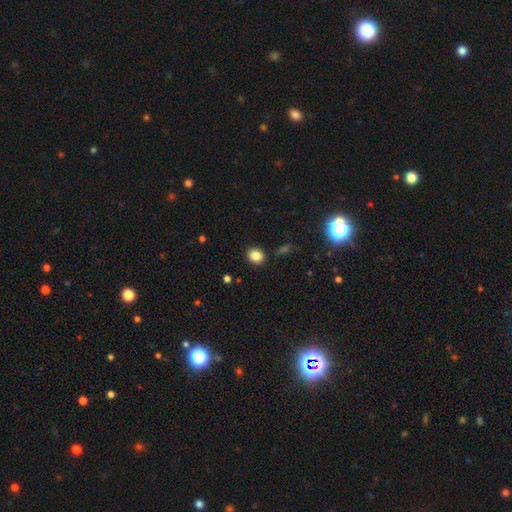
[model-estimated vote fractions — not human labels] This is clearly a smooth galaxy (84%). How rounded: likely round (62%). Merging: clearly none (88%).